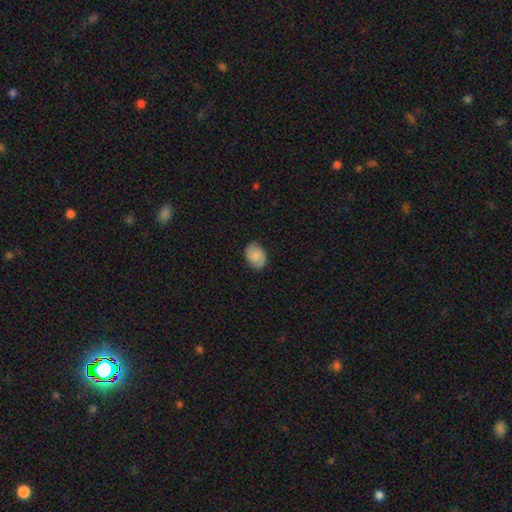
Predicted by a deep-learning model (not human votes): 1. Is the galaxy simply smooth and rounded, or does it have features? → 70% smooth, 22% featured or disk, 8% star or artifact.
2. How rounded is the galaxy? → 76% in between, 23% round, 1% cigar-shaped.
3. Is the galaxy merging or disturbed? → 82% none, 14% minor disturbance, 3% major disturbance, 1% merger.